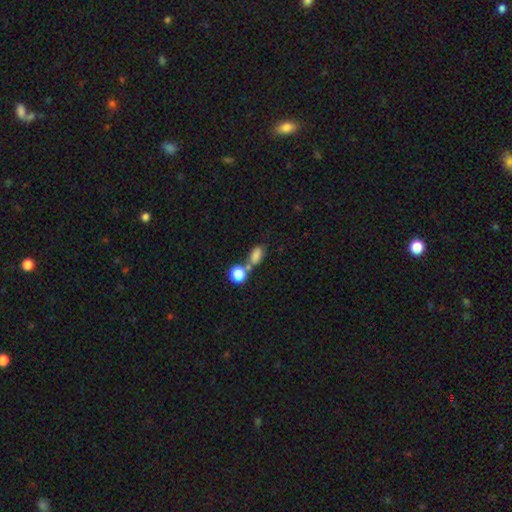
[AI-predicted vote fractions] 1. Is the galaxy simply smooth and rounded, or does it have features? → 80% smooth, 12% star or artifact, 8% featured or disk.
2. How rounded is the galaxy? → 77% in between, 17% round, 5% cigar-shaped.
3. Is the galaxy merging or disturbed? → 45% none, 34% merger, 14% minor disturbance, 7% major disturbance.